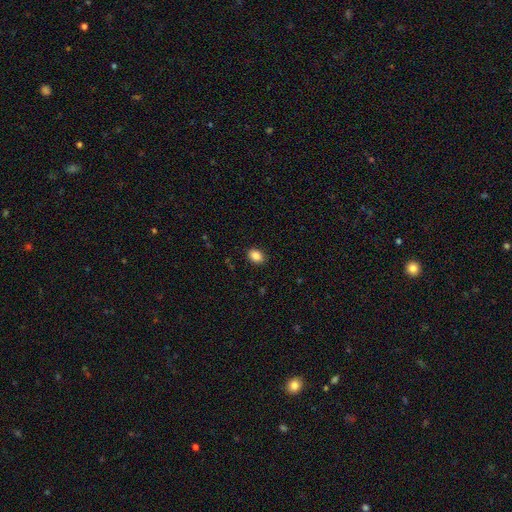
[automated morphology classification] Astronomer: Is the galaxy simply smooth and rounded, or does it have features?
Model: smooth — 88%.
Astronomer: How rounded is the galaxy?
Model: in between — 74%.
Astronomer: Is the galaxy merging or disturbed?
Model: none — 89%.